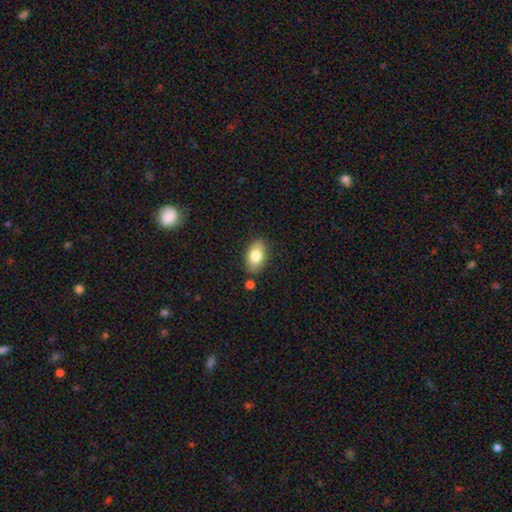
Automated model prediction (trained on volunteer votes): This appears to be a smooth galaxy with no disk features (79%) that is in between round and cigar-shaped (91%). Merging: none (82%).